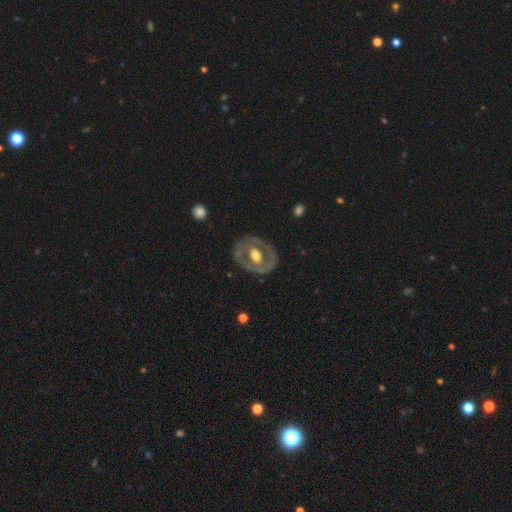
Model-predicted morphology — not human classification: smooth_or_featured: featured or disk (p=0.67) [alt: smooth p=0.28]
disk_edge_on: no (p=0.94) [alt: yes p=0.06]
bar: no (p=0.61) [alt: weak p=0.26]
has_spiral_arms: no (p=0.77) [alt: yes p=0.23]
bulge_size: moderate (p=0.63) [alt: large p=0.26]
merging: none (p=0.74) [alt: minor disturbance p=0.16]